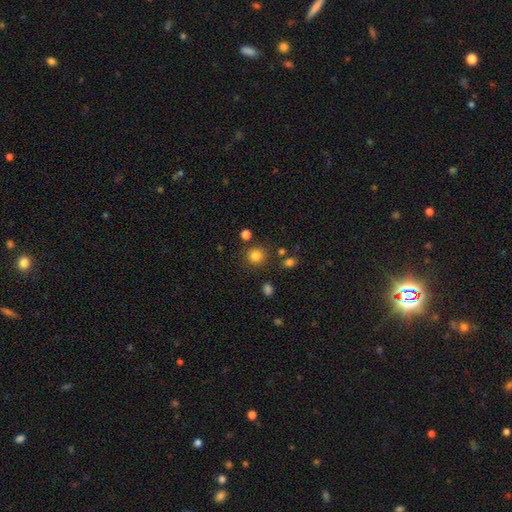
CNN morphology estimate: Smooth or featured? smooth (83%)
How rounded? round (91%)
Merging? none (84%)